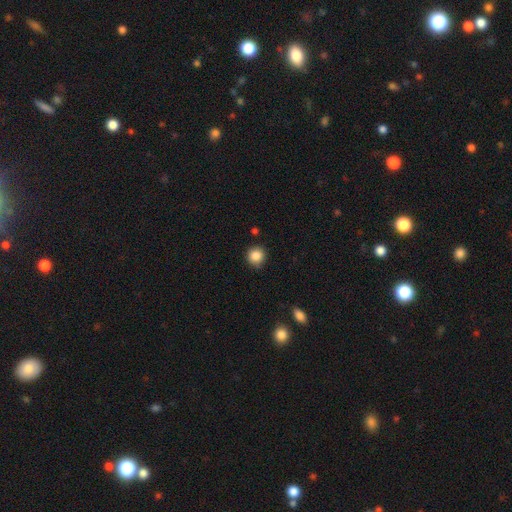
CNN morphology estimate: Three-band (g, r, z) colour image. It shows a smooth galaxy with no disk features (86%) that is round (91%). Merging: none (85%).